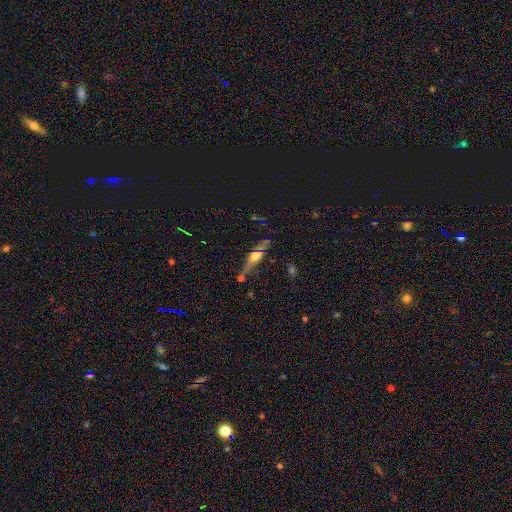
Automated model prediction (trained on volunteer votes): The model was most divided on "smooth or featured": featured or disk: 55%, smooth: 31%, star or artifact: 14%. More confident: edge-on disk — yes (80%); merging — none (55%).